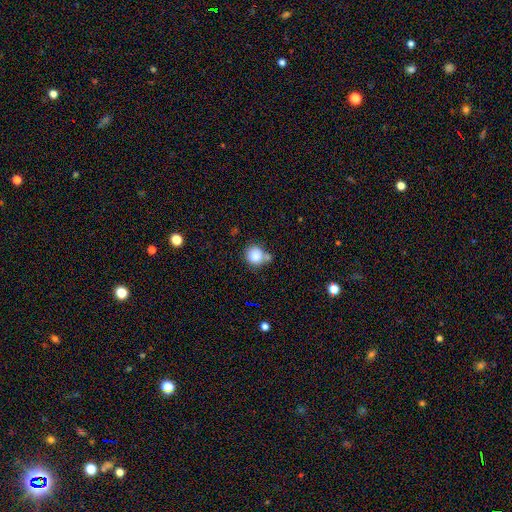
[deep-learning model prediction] A smooth galaxy with no disk features (84%) that is round (88%).

Vote fractions:
- Smooth or featured? smooth: 84% / star or artifact: 10% / featured or disk: 6%
- How rounded? round: 88% / in between: 11% / cigar-shaped: 1%
- Merging? none: 57% / merger: 23% / minor disturbance: 15% / major disturbance: 5%